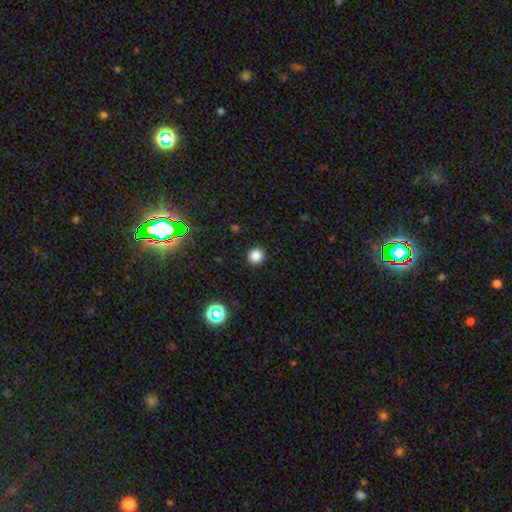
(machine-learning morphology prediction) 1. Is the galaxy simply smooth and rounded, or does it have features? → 83% smooth, 14% star or artifact, 4% featured or disk.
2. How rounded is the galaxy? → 94% round, 6% in between, 1% cigar-shaped.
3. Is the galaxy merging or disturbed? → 92% none, 5% minor disturbance, 2% major disturbance, 1% merger.